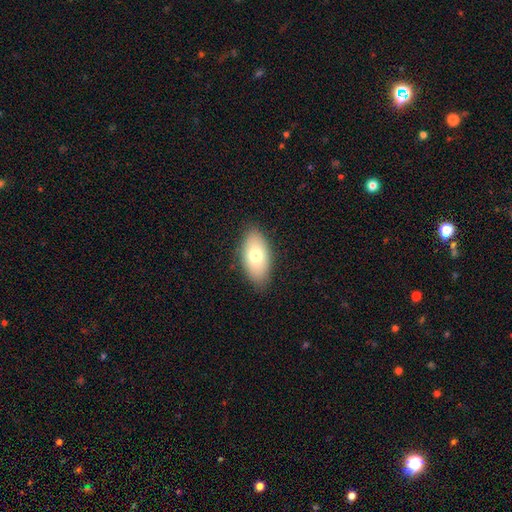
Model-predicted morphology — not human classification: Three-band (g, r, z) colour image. It shows a smooth galaxy with no disk features (71%) that is in between round and cigar-shaped (92%). Merging: none (84%).